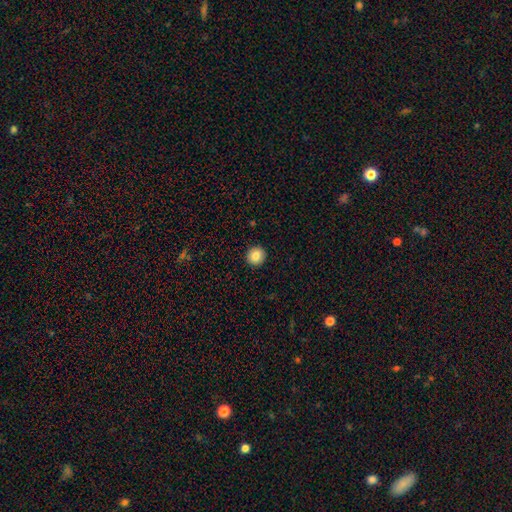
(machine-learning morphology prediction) A smooth galaxy with no disk features (85%) that is round (89%).

Vote fractions:
- Smooth or featured? smooth: 85% / star or artifact: 9% / featured or disk: 7%
- How rounded? round: 89% / in between: 10% / cigar-shaped: 1%
- Merging? none: 93% / minor disturbance: 5% / major disturbance: 2% / merger: 1%